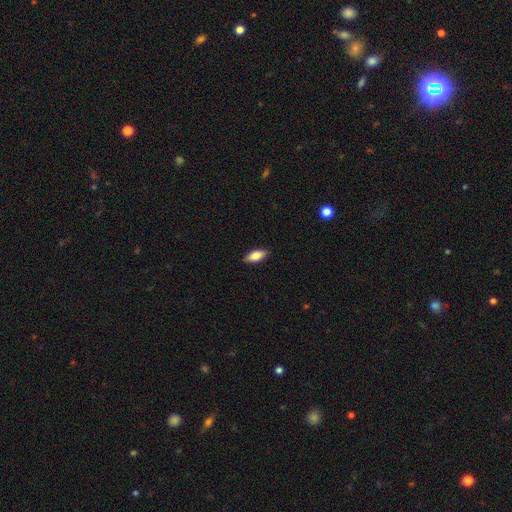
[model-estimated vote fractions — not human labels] Overall: smooth (83%). How rounded: in between (83%). Merging: none (88%).